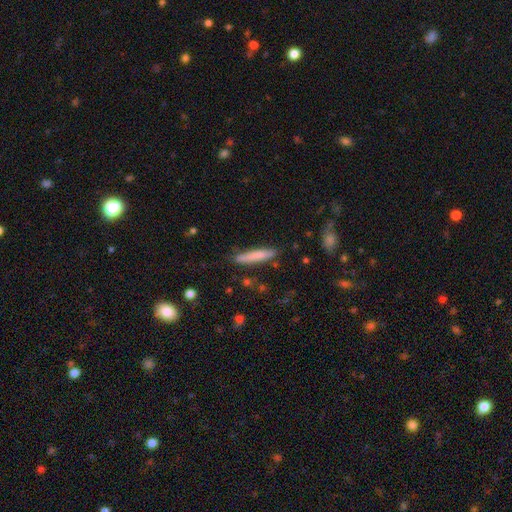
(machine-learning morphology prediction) Q: Smooth or featured?
A: smooth (74%); runner-up: featured or disk (20%)
Q: How rounded?
A: cigar-shaped (92%); runner-up: in between (7%)
Q: Merging?
A: none (83%); runner-up: minor disturbance (12%)